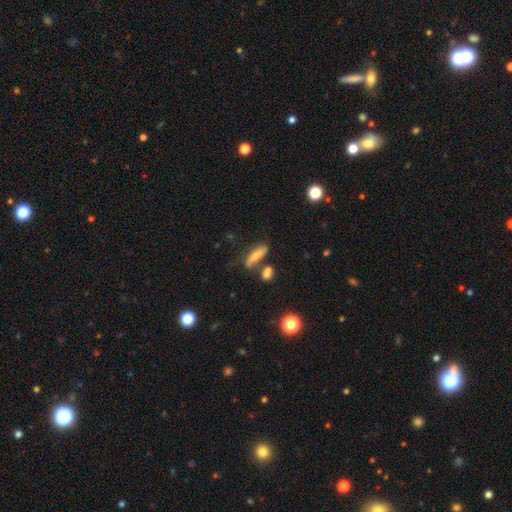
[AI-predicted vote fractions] A smooth galaxy with no disk features (63%) that is cigar-shaped (69%). Merging: none (65%).